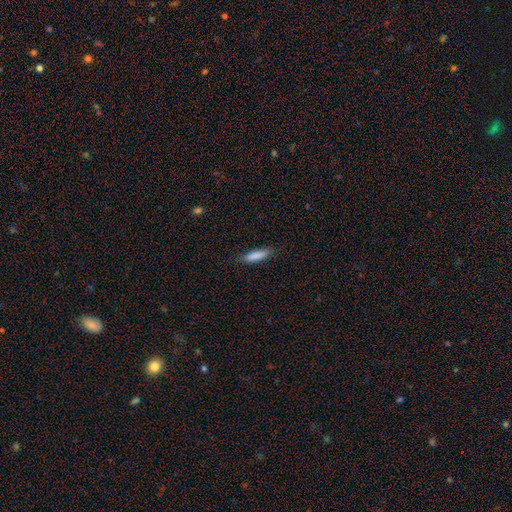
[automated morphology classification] smooth_or_featured: smooth (p=0.85) [alt: featured or disk p=0.09]
how_rounded: cigar-shaped (p=0.71) [alt: in between p=0.28]
merging: none (p=0.84) [alt: minor disturbance p=0.13]